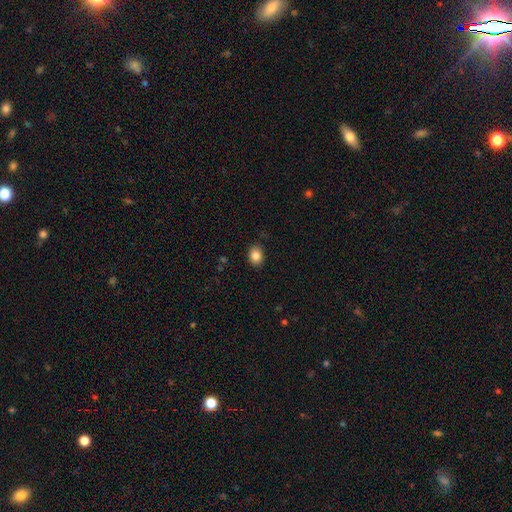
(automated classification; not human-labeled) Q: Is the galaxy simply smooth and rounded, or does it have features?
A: smooth — 85%.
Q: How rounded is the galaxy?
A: in between — 59%.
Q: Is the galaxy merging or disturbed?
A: none — 87%.